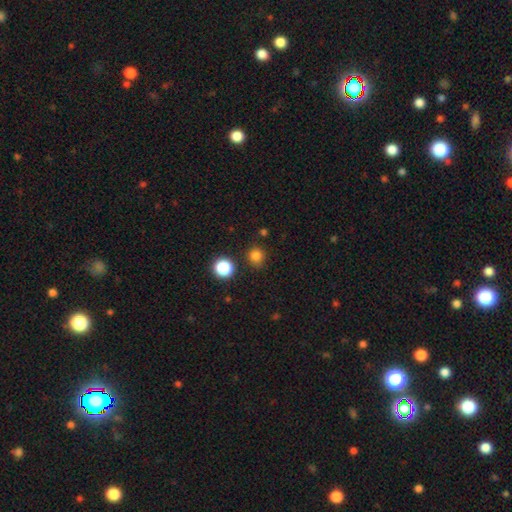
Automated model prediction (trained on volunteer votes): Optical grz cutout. It shows a smooth galaxy with no disk features (80%) that is round (89%). Merging: none (84%).